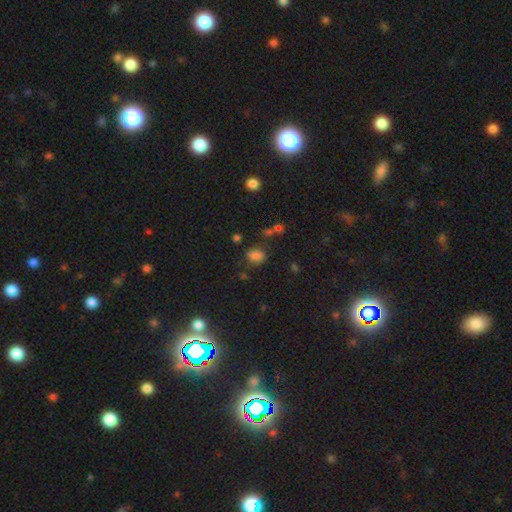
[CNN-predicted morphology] Overall: smooth (74%). How rounded: in between (56%; round 42%). Merging: none (66%).